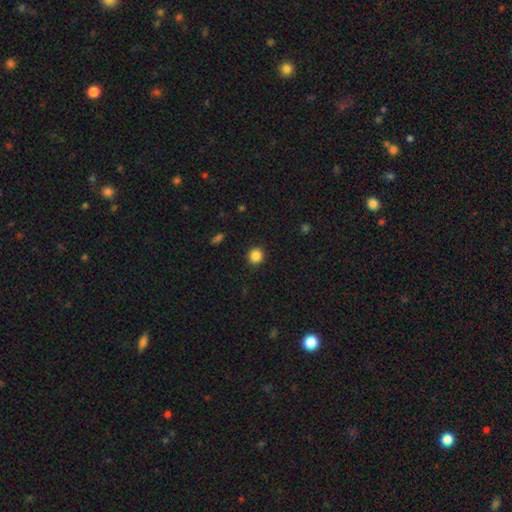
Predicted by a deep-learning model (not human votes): A smooth galaxy with no disk features (86%) that is round (92%). Merging: none (92%).